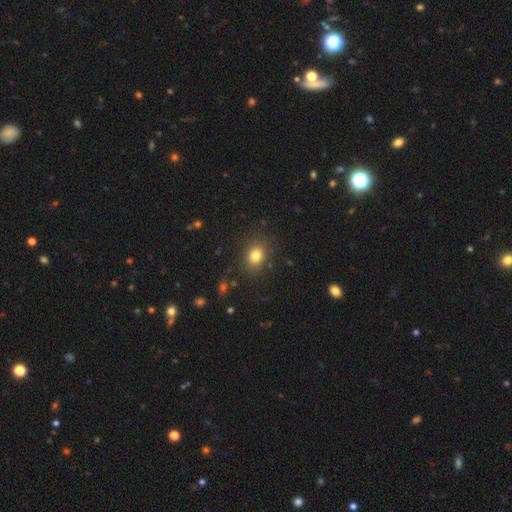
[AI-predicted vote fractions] This appears to be a smooth galaxy with no disk features (80%) that is round (51%). Merging: none (85%).